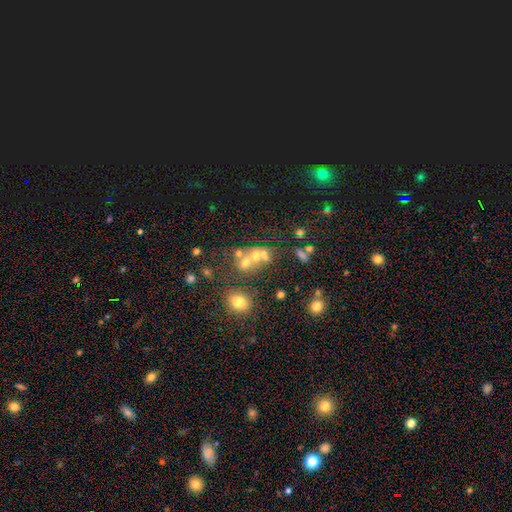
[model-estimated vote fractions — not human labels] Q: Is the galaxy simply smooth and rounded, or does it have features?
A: smooth — 47%.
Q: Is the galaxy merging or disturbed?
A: merger — 51%.